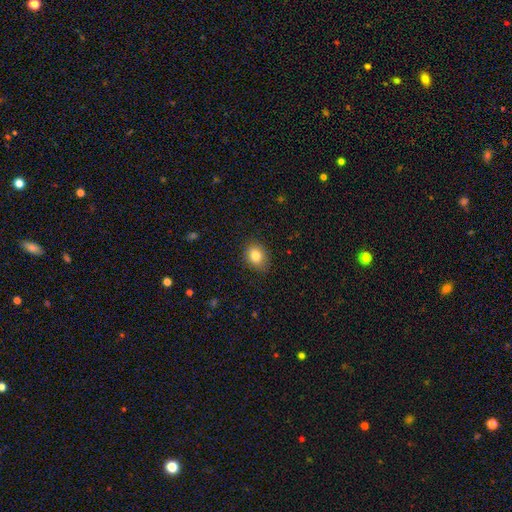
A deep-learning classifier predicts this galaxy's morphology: Overall: smooth (81%). How rounded: in between (50%; round 49%). Merging: none (83%).